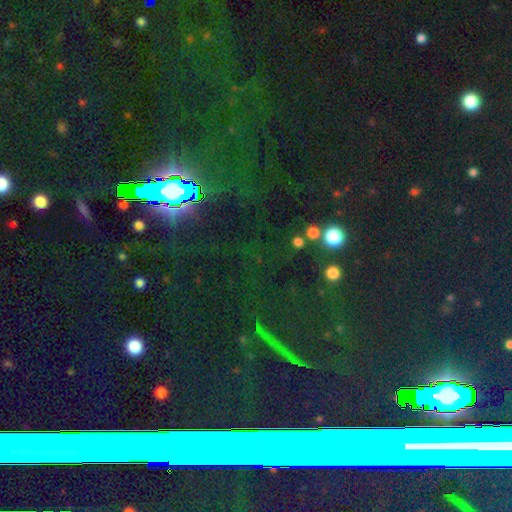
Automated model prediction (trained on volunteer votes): Morphology: type=star or artifact (78%).